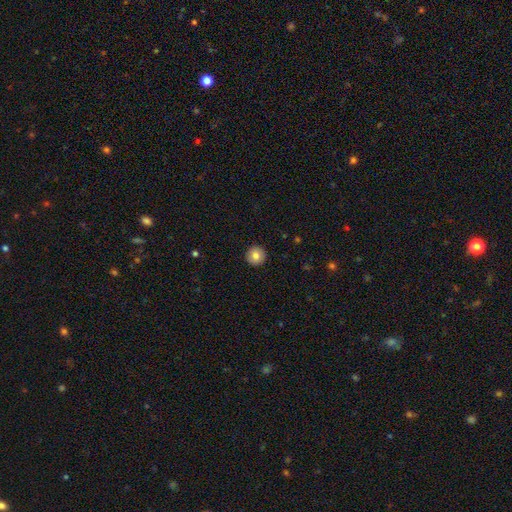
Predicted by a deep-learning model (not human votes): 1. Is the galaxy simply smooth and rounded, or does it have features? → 83% smooth, 9% featured or disk, 8% star or artifact.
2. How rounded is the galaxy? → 96% round, 4% in between, 1% cigar-shaped.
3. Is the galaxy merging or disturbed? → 93% none, 5% minor disturbance, 1% major disturbance, 1% merger.